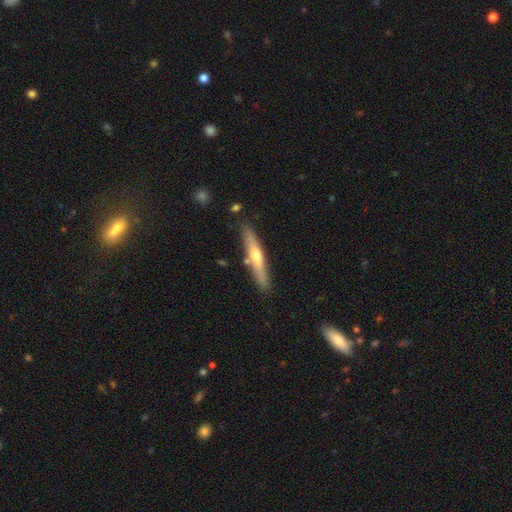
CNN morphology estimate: smooth-or-featured: featured or disk: 52% | smooth: 42% | star or artifact: 5%
  disk-edge-on: yes: 92% | no: 8%
  merging: none: 82% | minor disturbance: 11% | merger: 5% | major disturbance: 2%